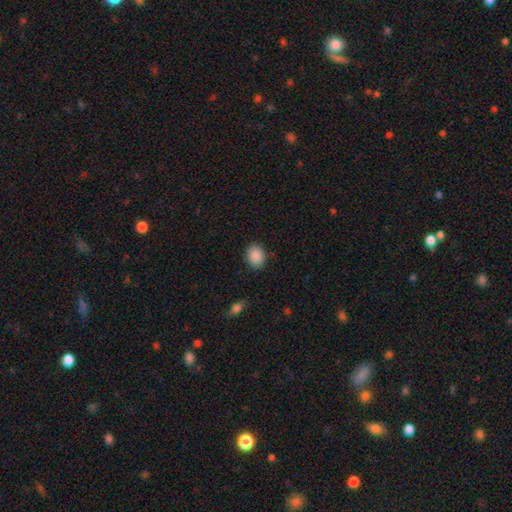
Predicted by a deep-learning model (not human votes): smooth 89%, star or artifact 7%, featured or disk 3%. Down the decision tree: how rounded — in between (53%); merging — none (87%).